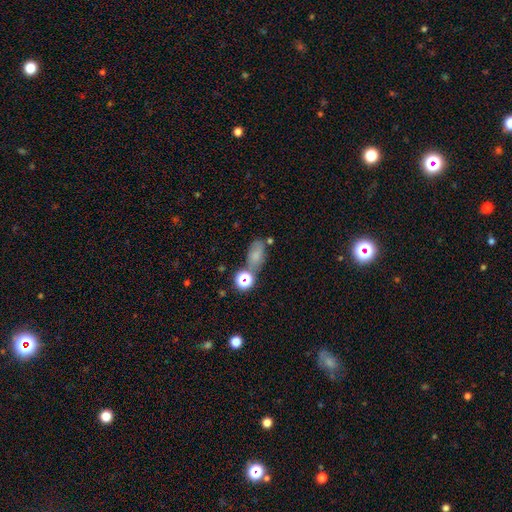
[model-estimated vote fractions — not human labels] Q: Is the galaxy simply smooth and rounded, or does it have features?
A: smooth — 66%.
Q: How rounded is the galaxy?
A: in between — 80%.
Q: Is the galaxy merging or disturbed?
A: none — 55%.